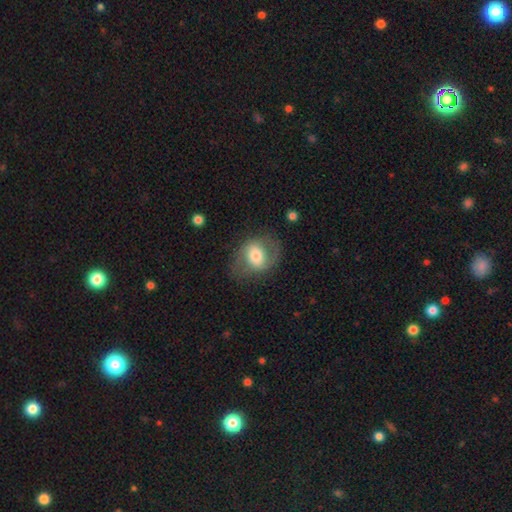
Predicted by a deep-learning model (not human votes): Smooth or featured? smooth (49%)
Merging? none (64%)